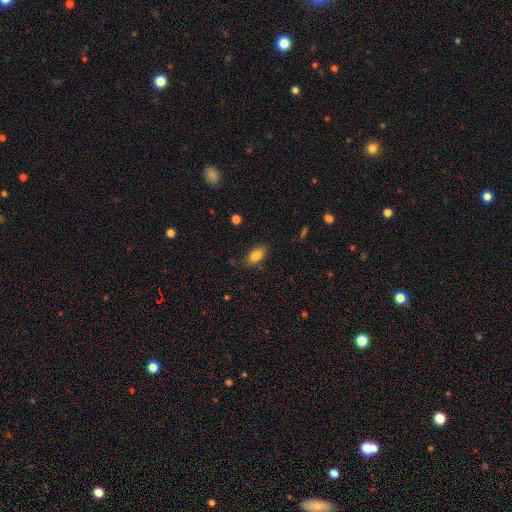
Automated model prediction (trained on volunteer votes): A smooth galaxy with no disk features (84%) that is in between round and cigar-shaped (89%).

Vote fractions:
- Smooth or featured? smooth: 84% / star or artifact: 9% / featured or disk: 8%
- How rounded? in between: 89% / round: 6% / cigar-shaped: 5%
- Merging? none: 84% / minor disturbance: 12% / major disturbance: 3% / merger: 1%